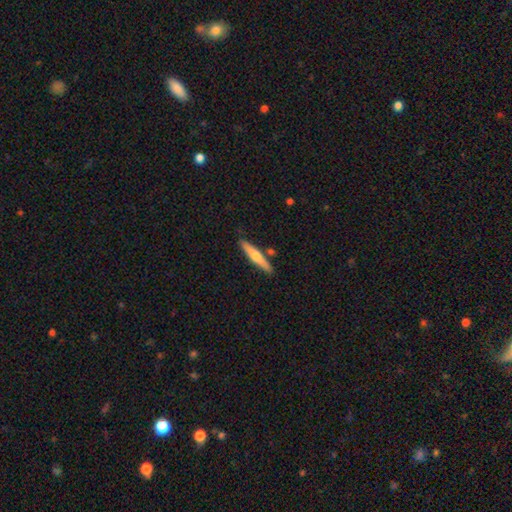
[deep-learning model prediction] This appears to be a smooth galaxy with no disk features (52%) that is cigar-shaped (91%). Merging: none (85%).